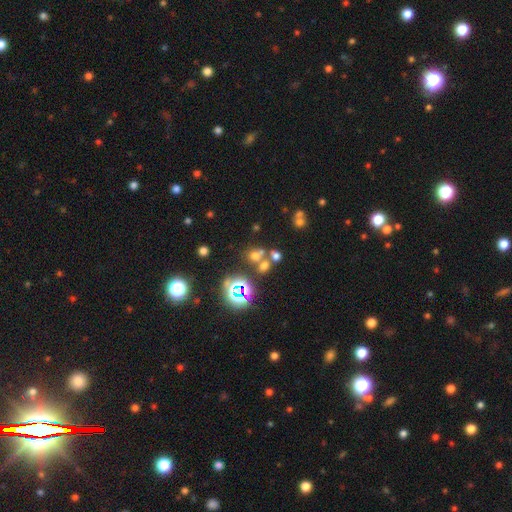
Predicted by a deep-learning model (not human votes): Smooth or featured: smooth — 48% (star or artifact — 39%)
Merging: none — 50% (merger — 34%)